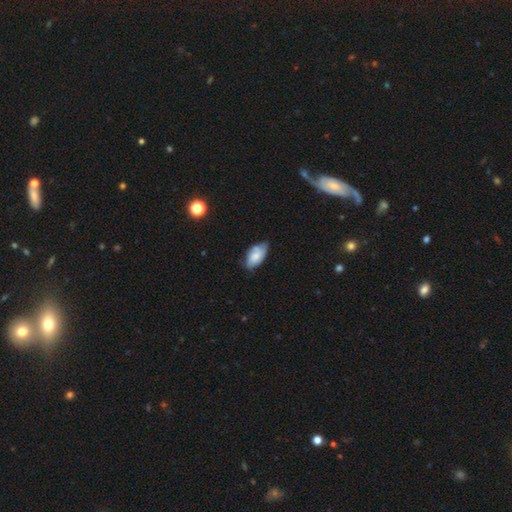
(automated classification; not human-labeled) Smooth or featured? Predicted: smooth (p=0.65). How rounded? Predicted: in between (p=0.93). Merging? Predicted: none (p=0.56).